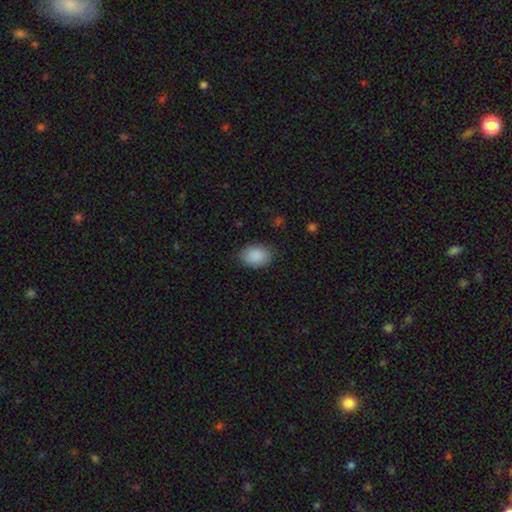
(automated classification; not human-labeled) Overall: smooth (89%). How rounded: in between (77%). Merging: none (82%).